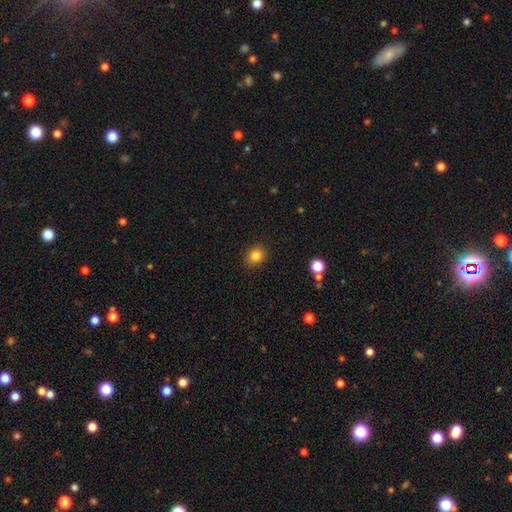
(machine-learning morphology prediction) The model was most divided on "how rounded": round: 69%, in between: 30%, cigar-shaped: 1%. More confident: merging — none (89%); smooth or featured — smooth (83%).